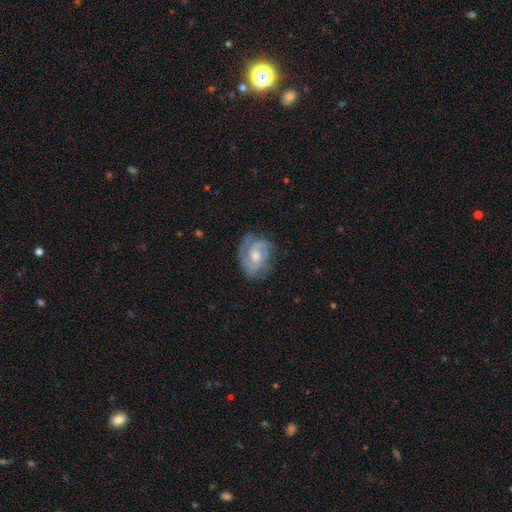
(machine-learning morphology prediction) smooth_or_featured: featured or disk (p=0.83) [alt: smooth p=0.12]
disk_edge_on: no (p=0.97) [alt: yes p=0.03]
bar: no (p=0.64) [alt: weak p=0.31]
has_spiral_arms: yes (p=0.95) [alt: no p=0.05]
spiral_winding: tight (p=0.48) [alt: medium p=0.42]
spiral_arm_count: 2 (p=0.64) [alt: 3 p=0.14]
bulge_size: moderate (p=0.62) [alt: small p=0.27]
merging: none (p=0.70) [alt: minor disturbance p=0.20]